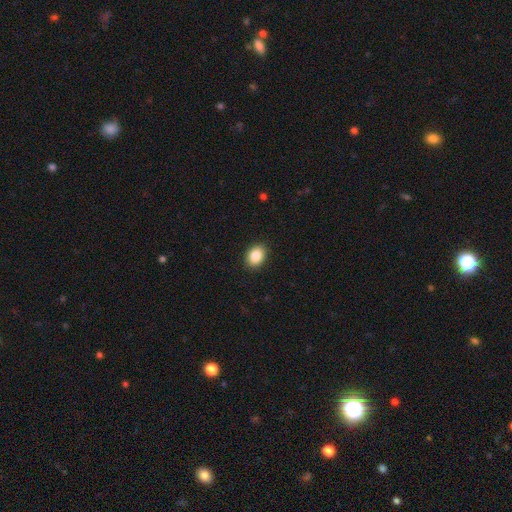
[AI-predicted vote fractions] Smooth or featured: smooth — 87% (star or artifact — 8%)
How rounded: in between — 68% (round — 31%)
Merging: none — 90% (minor disturbance — 7%)